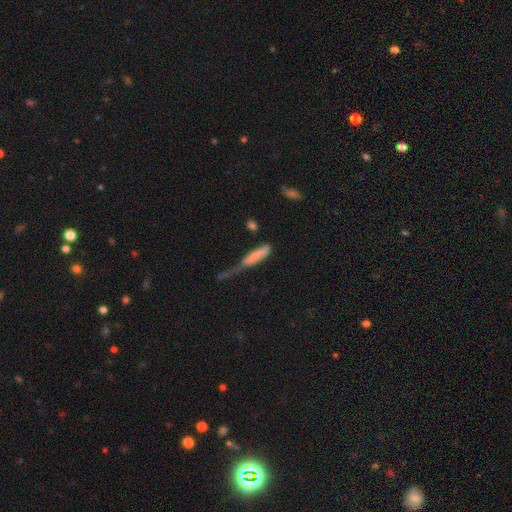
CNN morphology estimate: Smooth or featured?
  - smooth: 67% *
  - featured or disk: 25%
  - star or artifact: 7%
How rounded?
  - cigar-shaped: 63% *
  - in between: 35%
  - round: 2%
Merging?
  - major disturbance: 46% *
  - minor disturbance: 24%
  - none: 17%
  - merger: 13%